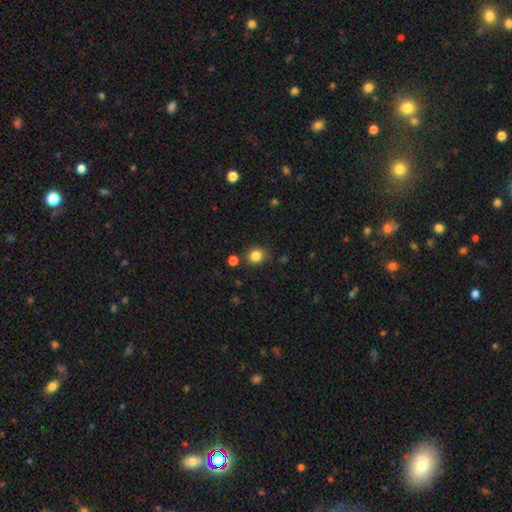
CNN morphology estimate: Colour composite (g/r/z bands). It shows a smooth galaxy with no disk features (83%) that is round (83%). Merging: none (78%).